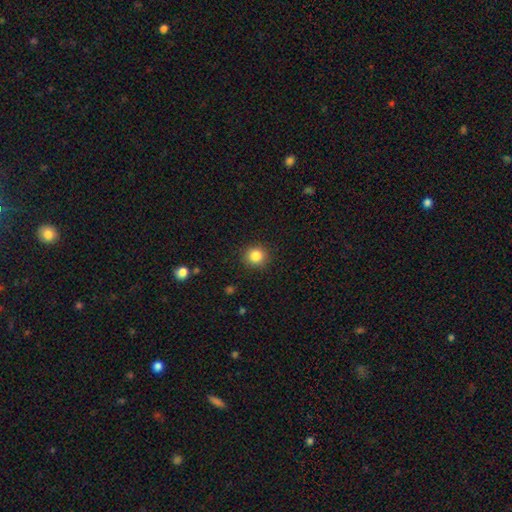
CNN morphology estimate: Q: Smooth or featured?
A: smooth (85%); runner-up: star or artifact (10%)
Q: How rounded?
A: round (90%); runner-up: in between (9%)
Q: Merging?
A: none (90%); runner-up: minor disturbance (6%)